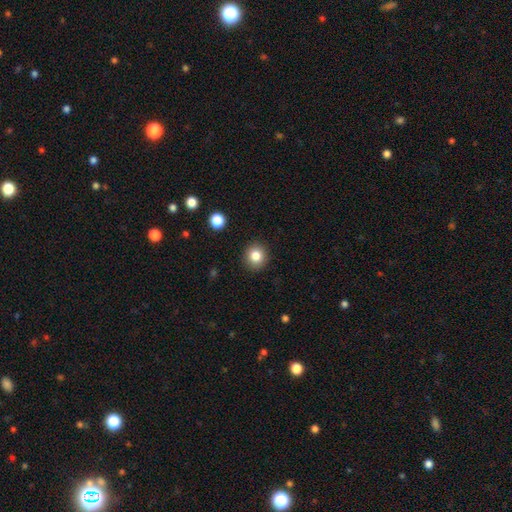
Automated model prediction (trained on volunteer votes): Overall: smooth (82%). How rounded: round (88%). Merging: none (91%).